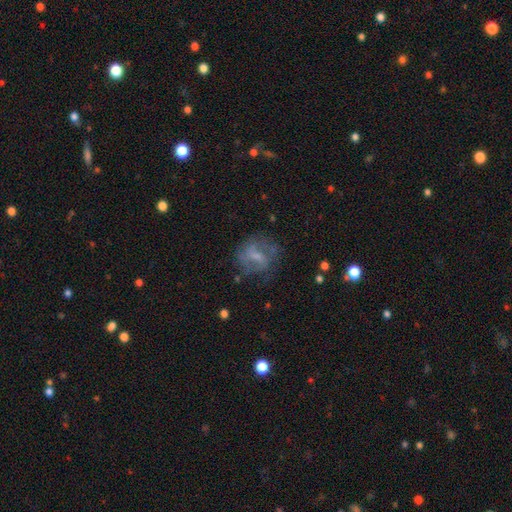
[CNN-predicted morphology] Smooth or featured? Predicted: featured or disk (p=0.60). Edge-on disk? Predicted: no (p=0.97). Bar? Predicted: weak (p=0.52). Spiral arms? Predicted: yes (p=0.73). Bulge size? Predicted: small (p=0.45). Merging? Predicted: none (p=0.64).